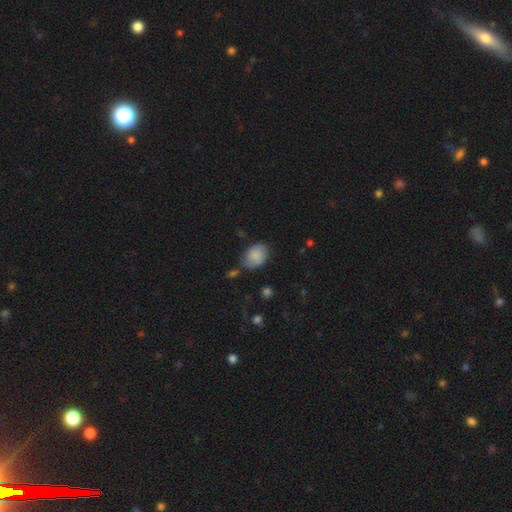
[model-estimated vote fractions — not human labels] This appears to be a smooth galaxy with no disk features (83%) that is in between round and cigar-shaped (68%). Merging: none (66%).